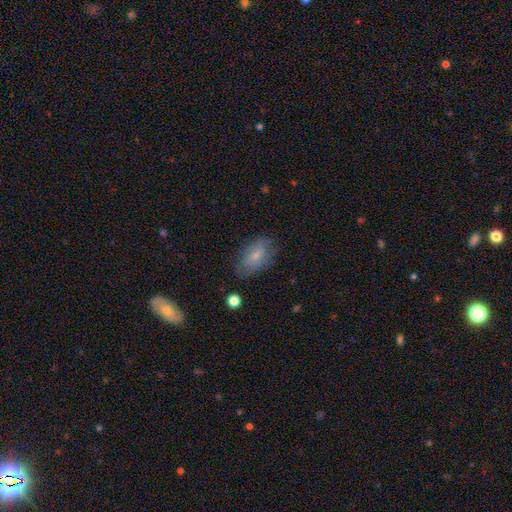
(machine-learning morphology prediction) This appears to be a smooth galaxy with no disk features (66%) that is in between round and cigar-shaped (90%). Merging: none (71%).